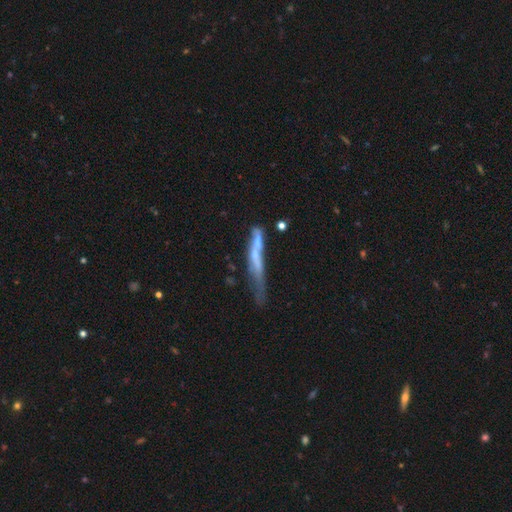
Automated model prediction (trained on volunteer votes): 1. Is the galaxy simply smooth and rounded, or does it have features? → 53% featured or disk, 38% smooth, 9% star or artifact.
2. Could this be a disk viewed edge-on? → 66% yes, 34% no.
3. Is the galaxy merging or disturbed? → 30% none, 27% major disturbance, 25% minor disturbance, 18% merger.